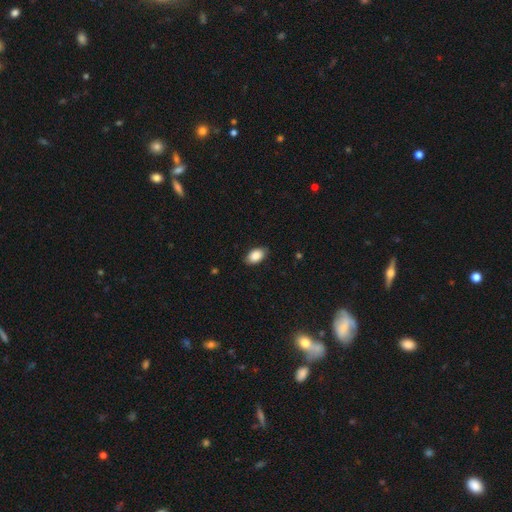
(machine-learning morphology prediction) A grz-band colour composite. It shows a smooth galaxy with no disk features (88%) that is in between round and cigar-shaped (91%). Merging: none (84%).